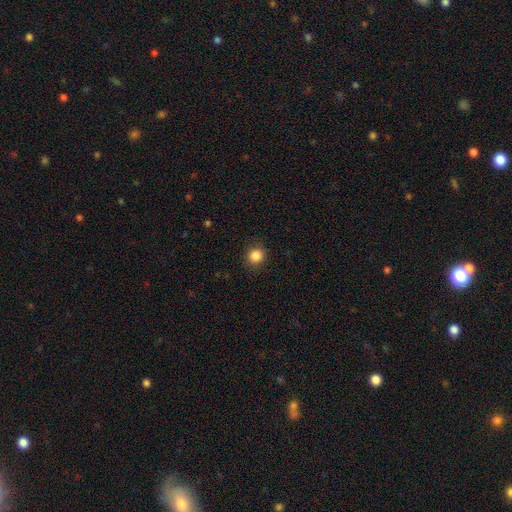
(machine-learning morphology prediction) A smooth galaxy with no disk features (86%) that is round (87%). Merging: none (90%).